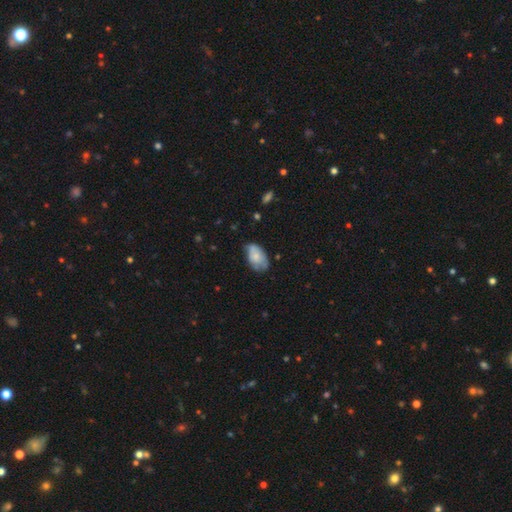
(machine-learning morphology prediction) Q: Smooth or featured?
A: smooth (70%); runner-up: featured or disk (24%)
Q: How rounded?
A: in between (93%); runner-up: round (6%)
Q: Merging?
A: none (53%); runner-up: minor disturbance (35%)